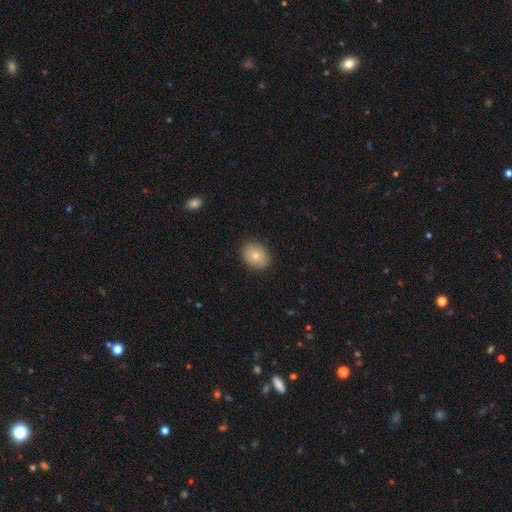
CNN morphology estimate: This appears to be a smooth galaxy with no disk features (79%) that is in between round and cigar-shaped (59%). Merging: none (87%).